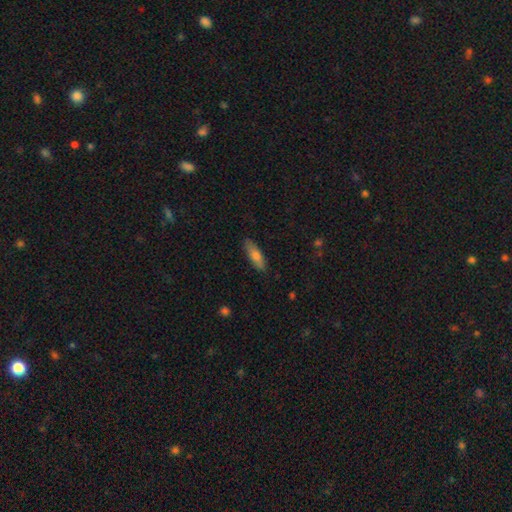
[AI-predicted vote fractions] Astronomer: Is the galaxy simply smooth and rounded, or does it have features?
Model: smooth — 74%.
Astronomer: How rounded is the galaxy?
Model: in between — 52% (runner-up: cigar-shaped, 46%).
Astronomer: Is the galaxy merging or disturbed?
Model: none — 86%.